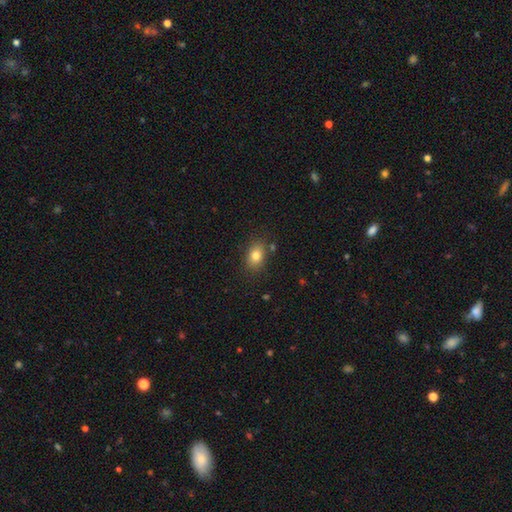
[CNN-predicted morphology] Overall: smooth (81%). How rounded: in between (75%). Merging: none (81%).